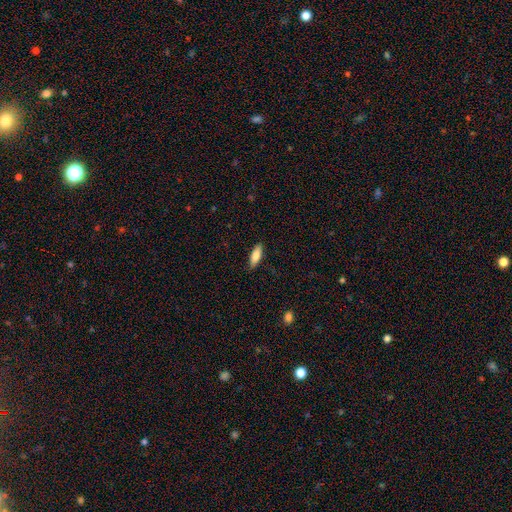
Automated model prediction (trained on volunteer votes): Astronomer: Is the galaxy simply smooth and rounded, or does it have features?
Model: smooth — 81%.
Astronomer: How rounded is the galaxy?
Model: in between — 62%.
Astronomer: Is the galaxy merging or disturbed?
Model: none — 87%.